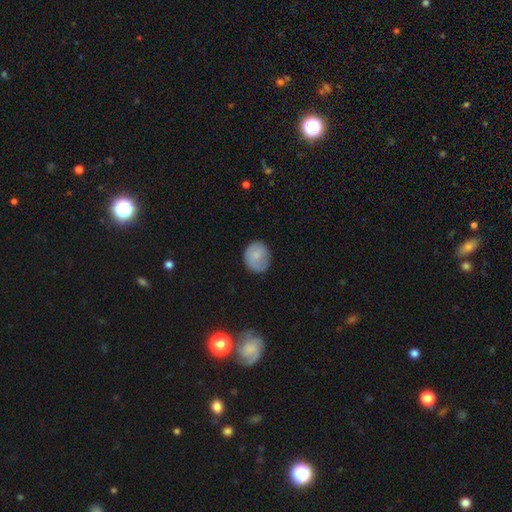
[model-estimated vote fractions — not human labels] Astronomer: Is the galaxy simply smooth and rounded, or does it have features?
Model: smooth — 79%.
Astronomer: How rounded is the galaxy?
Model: round — 67%.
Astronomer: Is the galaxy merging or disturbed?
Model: none — 72%.